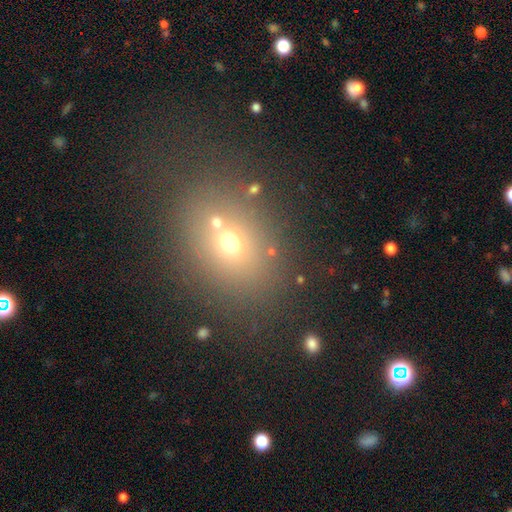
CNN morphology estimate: A smooth galaxy with no disk features (60%) that is round (50%). Merging: none (66%).